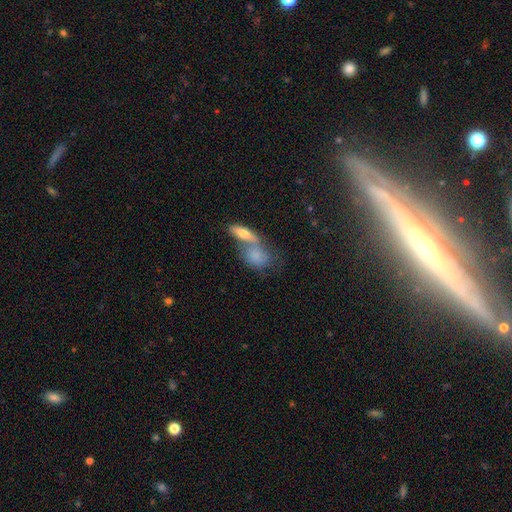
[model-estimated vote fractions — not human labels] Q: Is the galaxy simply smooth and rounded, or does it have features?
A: smooth — 74%.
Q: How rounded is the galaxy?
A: in between — 70%.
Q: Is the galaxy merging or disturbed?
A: merger — 55%.